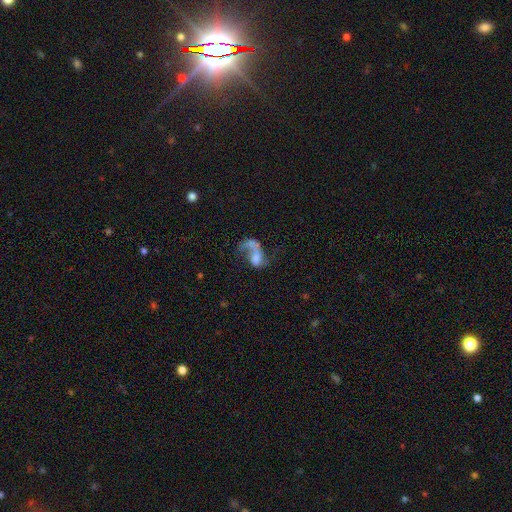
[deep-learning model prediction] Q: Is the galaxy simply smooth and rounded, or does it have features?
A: featured or disk — 62%.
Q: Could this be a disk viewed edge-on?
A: no — 97%.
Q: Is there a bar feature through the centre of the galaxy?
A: no — 66%.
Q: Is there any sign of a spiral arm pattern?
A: yes — 69%.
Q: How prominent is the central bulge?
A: none — 33%.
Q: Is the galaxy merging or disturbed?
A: major disturbance — 47%.